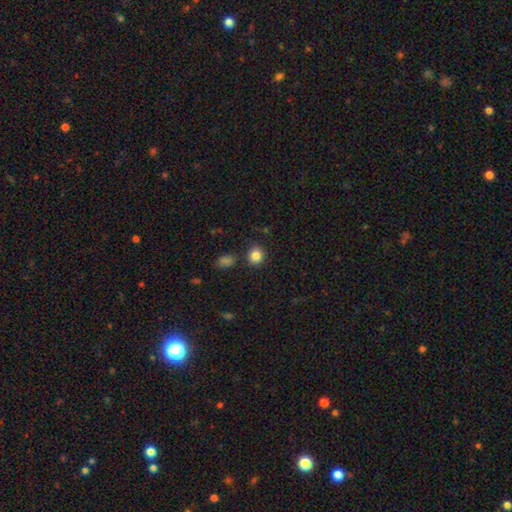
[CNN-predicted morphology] Smooth or featured? Predicted: smooth (p=0.85). How rounded? Predicted: round (p=0.82). Merging? Predicted: none (p=0.83).